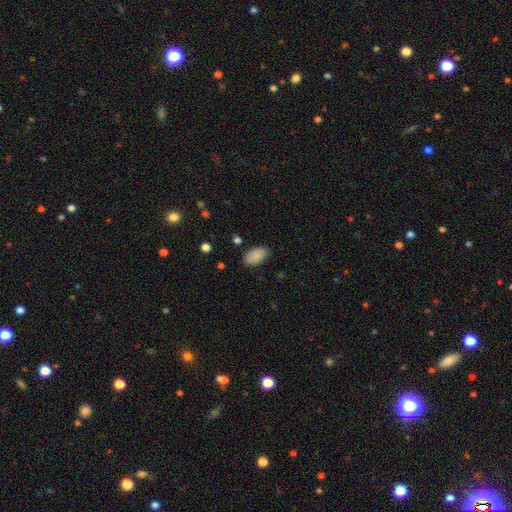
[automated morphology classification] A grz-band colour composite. It shows a smooth galaxy with no disk features (88%) that is in between round and cigar-shaped (94%). Merging: none (85%).